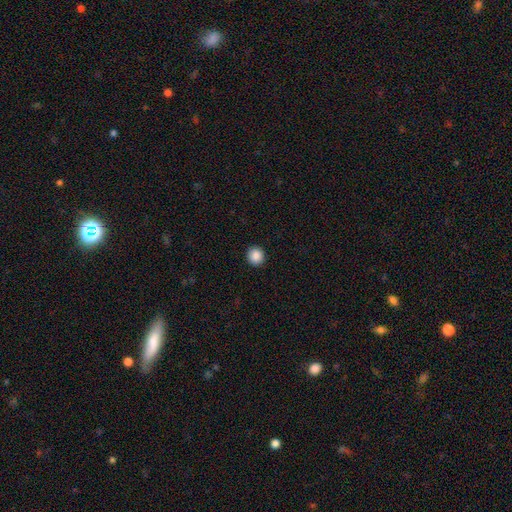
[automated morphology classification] Smooth or featured: smooth — 88% (star or artifact — 9%)
How rounded: round — 92% (in between — 7%)
Merging: none — 93% (minor disturbance — 5%)